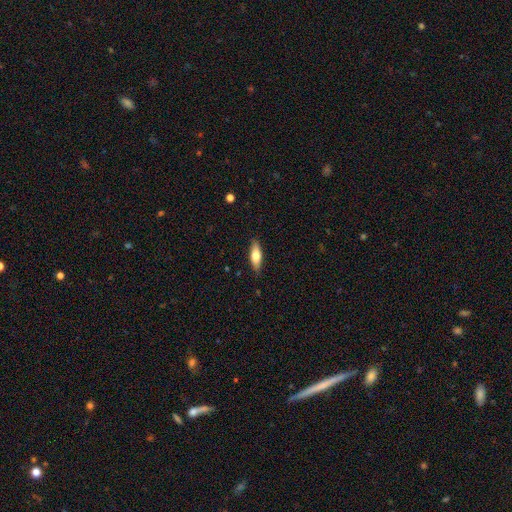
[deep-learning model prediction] smooth 66%, featured or disk 28%, star or artifact 6%. Down the decision tree: how rounded — in between (57%); merging — none (87%).